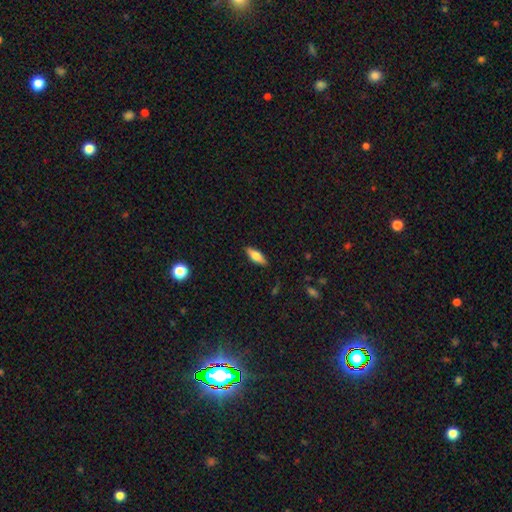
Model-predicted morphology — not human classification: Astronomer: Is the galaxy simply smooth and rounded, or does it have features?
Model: smooth — 67%.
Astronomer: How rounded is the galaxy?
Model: in between — 68%.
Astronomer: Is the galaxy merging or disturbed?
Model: none — 87%.